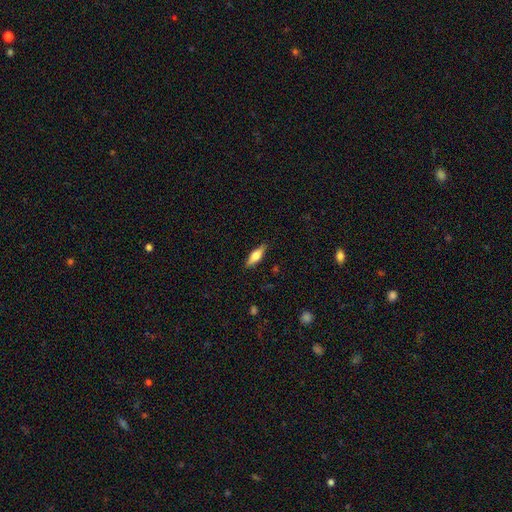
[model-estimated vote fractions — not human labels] smooth-or-featured: smooth: 57% | featured or disk: 36% | star or artifact: 6%
  how-rounded: in between: 53% | cigar-shaped: 44% | round: 3%
  merging: none: 86% | minor disturbance: 10% | major disturbance: 2% | merger: 1%